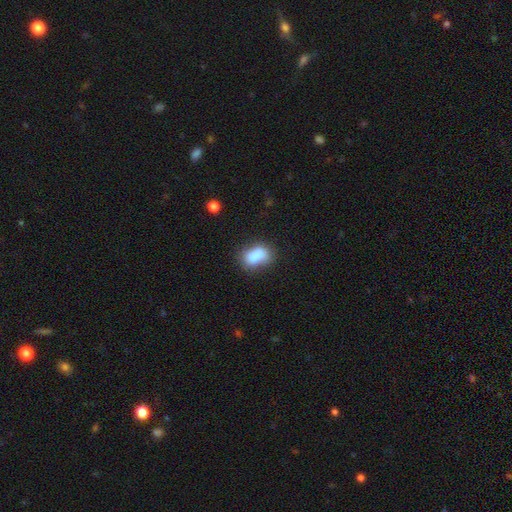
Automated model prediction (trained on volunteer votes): Smooth or featured? Predicted: smooth (p=0.80). How rounded? Predicted: in between (p=0.82). Merging? Predicted: none (p=0.49).